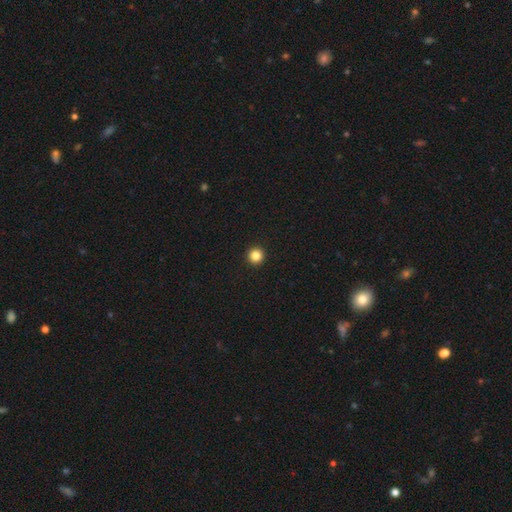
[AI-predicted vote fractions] Smooth or featured: smooth — 84% (star or artifact — 12%)
How rounded: round — 96% (in between — 3%)
Merging: none — 95% (minor disturbance — 3%)